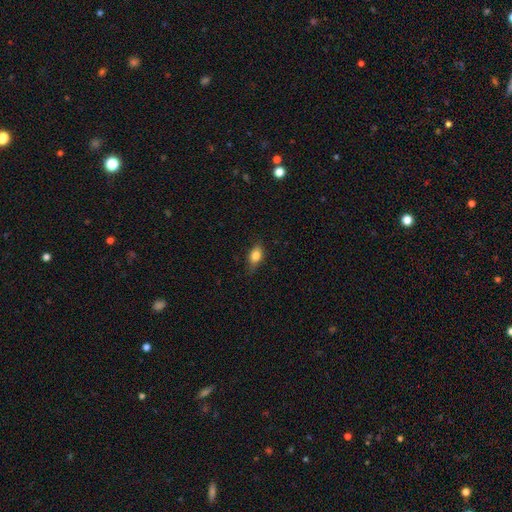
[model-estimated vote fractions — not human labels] Smooth or featured? smooth (79%)
How rounded? in between (81%)
Merging? none (76%)